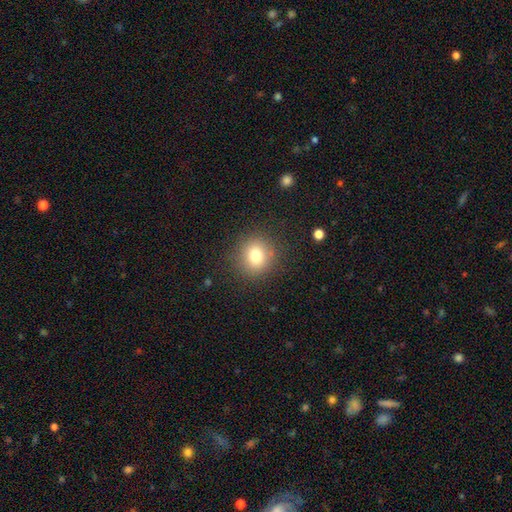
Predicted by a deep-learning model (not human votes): This appears to be a smooth galaxy with no disk features (77%) that is round (88%). Merging: none (87%).